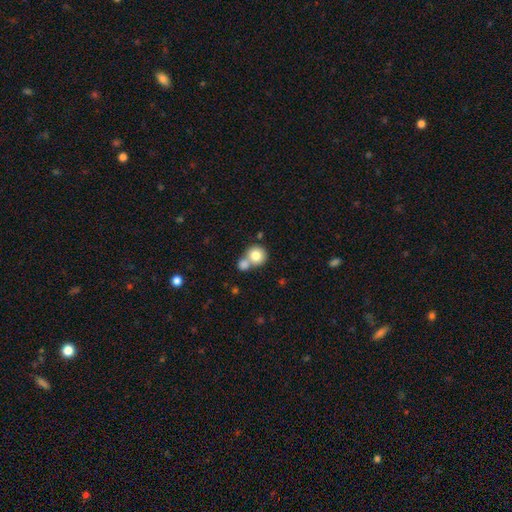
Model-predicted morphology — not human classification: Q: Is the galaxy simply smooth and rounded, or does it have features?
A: smooth — 79%.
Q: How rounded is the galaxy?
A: round — 88%.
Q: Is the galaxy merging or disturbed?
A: merger — 48%.